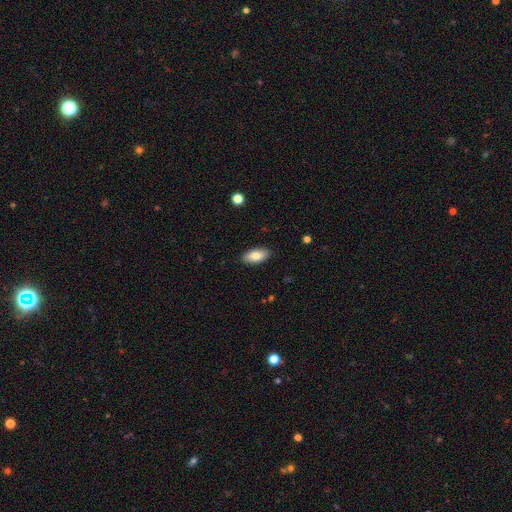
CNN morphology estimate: A smooth galaxy with no disk features (81%) that is in between round and cigar-shaped (91%).

Vote fractions:
- Smooth or featured? smooth: 81% / featured or disk: 12% / star or artifact: 7%
- How rounded? in between: 91% / cigar-shaped: 7% / round: 2%
- Merging? none: 89% / minor disturbance: 9% / major disturbance: 2% / merger: 1%